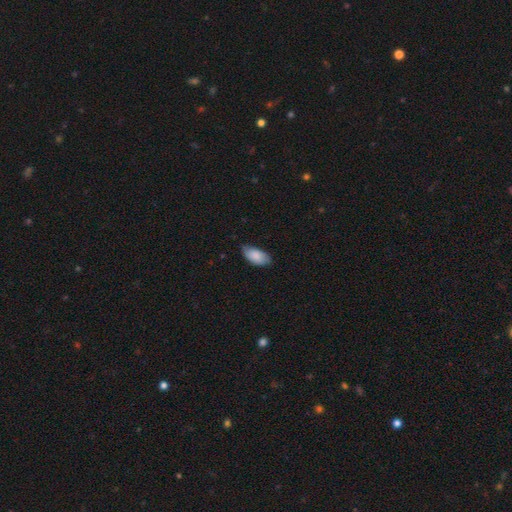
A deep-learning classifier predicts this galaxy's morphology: smooth-or-featured: smooth: 86% | featured or disk: 8% | star or artifact: 6%
  how-rounded: in between: 94% | cigar-shaped: 4% | round: 2%
  merging: none: 68% | minor disturbance: 27% | major disturbance: 4% | merger: 1%